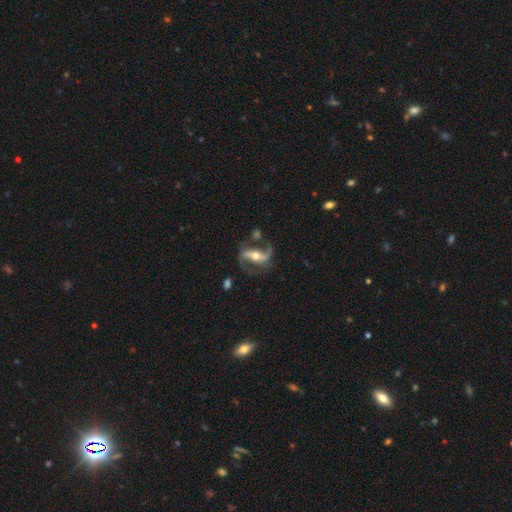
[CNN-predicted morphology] Smooth or featured?
  - featured or disk: 89% *
  - smooth: 6%
  - star or artifact: 5%
Edge-on disk?
  - no: 93% *
  - yes: 7%
Bar?
  - strong: 61% *
  - weak: 22%
  - no: 17%
Spiral arms?
  - yes: 95% *
  - no: 5%
Spiral winding?
  - loose: 55% *
  - medium: 35%
  - tight: 10%
Spiral arm count?
  - 2: 91% *
  - 1: 4%
  - can't tell: 2%
  - 3: 1%
  - 4: 1%
  - more than 4: 1%
Bulge size?
  - moderate: 65% *
  - small: 28%
  - large: 5%
  - none: 1%
  - dominant: 1%
Merging?
  - none: 68% *
  - minor disturbance: 15%
  - major disturbance: 11%
  - merger: 5%